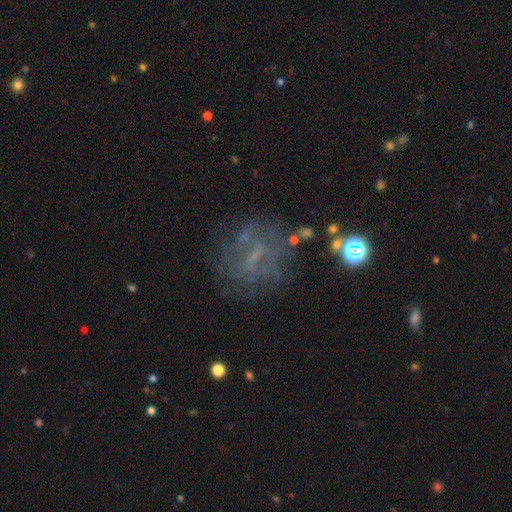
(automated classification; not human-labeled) Overall: featured or disk (49%; star or artifact 28%). Merging: none (67%).